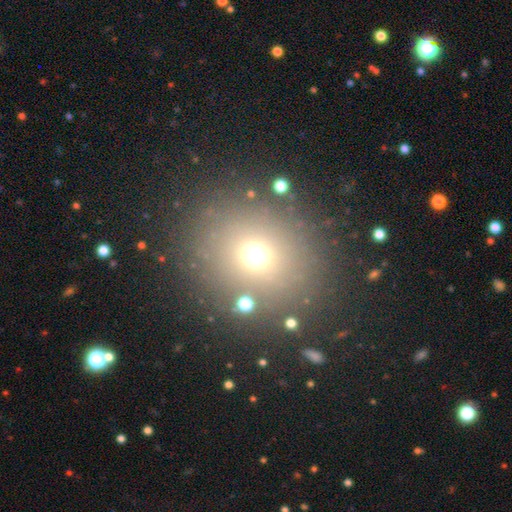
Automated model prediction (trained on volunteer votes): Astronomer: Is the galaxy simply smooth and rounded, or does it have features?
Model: smooth — 65%.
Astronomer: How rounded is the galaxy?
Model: round — 81%.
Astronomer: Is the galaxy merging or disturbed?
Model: none — 82%.